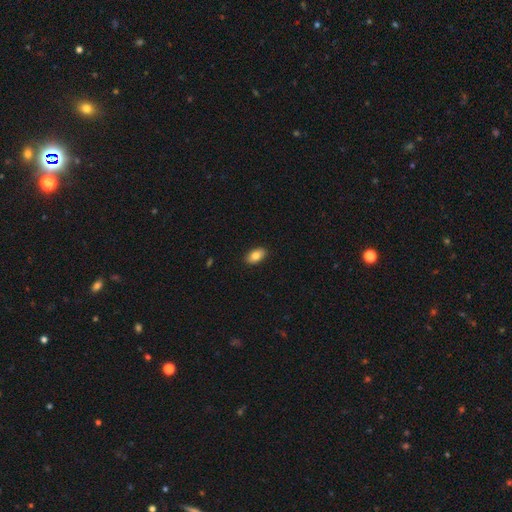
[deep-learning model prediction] Smooth or featured? Predicted: smooth (p=0.83). How rounded? Predicted: in between (p=0.92). Merging? Predicted: none (p=0.90).